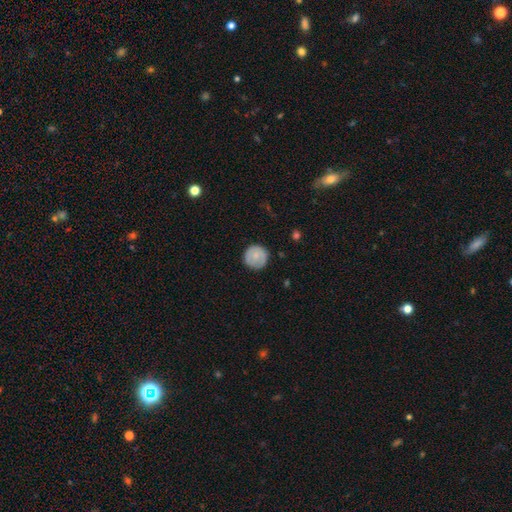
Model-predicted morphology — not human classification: Smooth or featured? smooth (76%)
How rounded? round (95%)
Merging? none (85%)